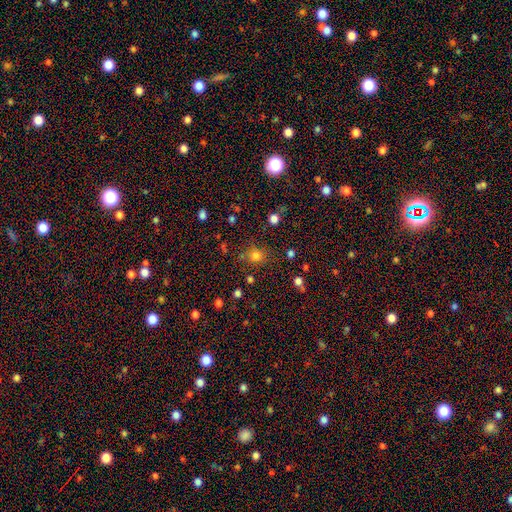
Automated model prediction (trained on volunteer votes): smooth-or-featured: smooth: 75% | star or artifact: 19% | featured or disk: 6%
  how-rounded: round: 82% | in between: 17% | cigar-shaped: 1%
  merging: none: 75% | minor disturbance: 13% | merger: 7% | major disturbance: 5%